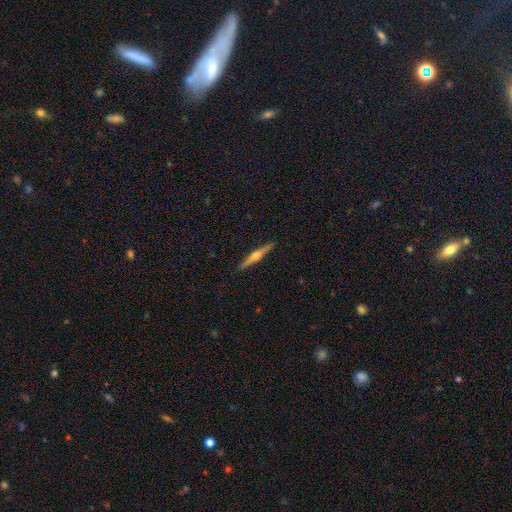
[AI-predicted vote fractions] This is likely a featured or disk galaxy (72%). It is clearly viewed edge-on (98%). Edge-on bulge: clearly rounded (92%). Merging: clearly none (92%).